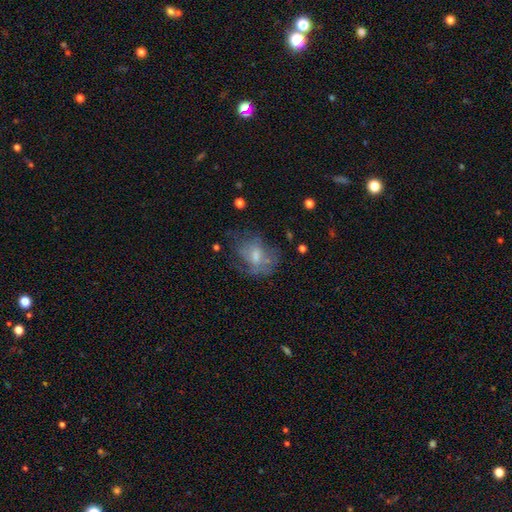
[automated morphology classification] Smooth or featured: featured or disk — 44% (tied with smooth — 44%)
Merging: none — 44% (major disturbance — 27%)